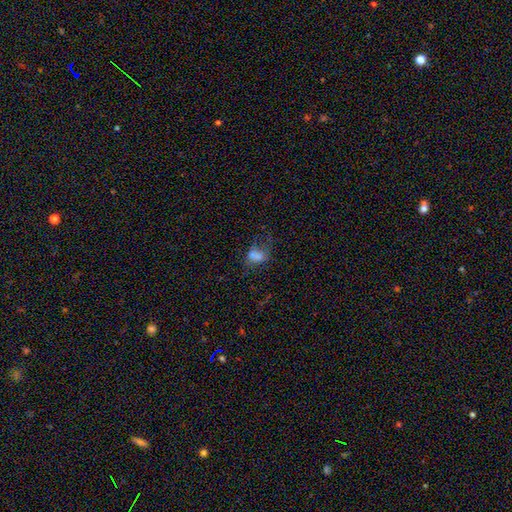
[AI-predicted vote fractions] This is likely a smooth galaxy (62%). How rounded: likely in between (73%). Merging: marginally major disturbance (36%).